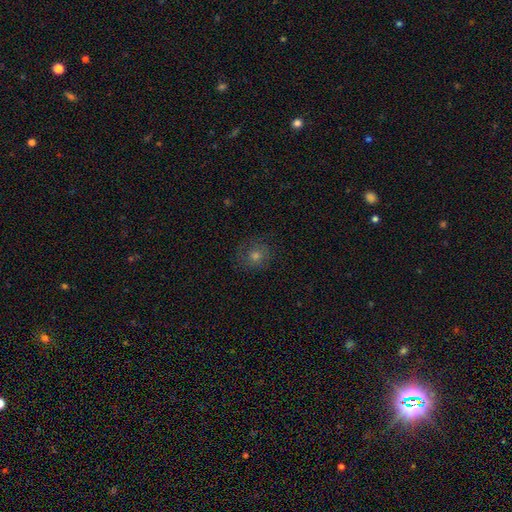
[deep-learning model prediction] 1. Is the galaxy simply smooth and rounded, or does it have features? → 56% smooth, 23% star or artifact, 21% featured or disk.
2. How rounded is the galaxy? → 84% round, 15% in between, 1% cigar-shaped.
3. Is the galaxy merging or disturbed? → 79% none, 14% minor disturbance, 6% major disturbance, 1% merger.